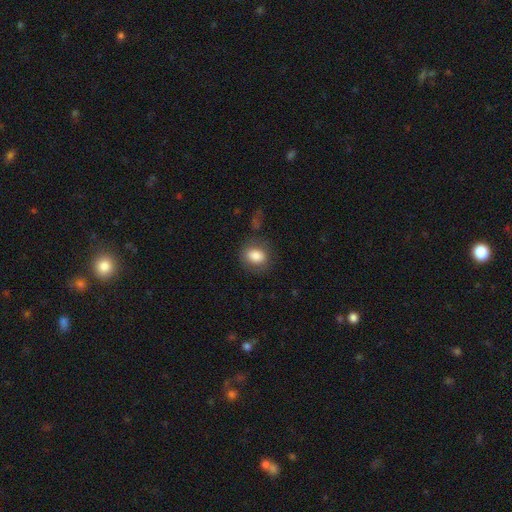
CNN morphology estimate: Smooth or featured? Predicted: smooth (p=0.80). How rounded? Predicted: round (p=0.49, tied with in between). Merging? Predicted: none (p=0.75).